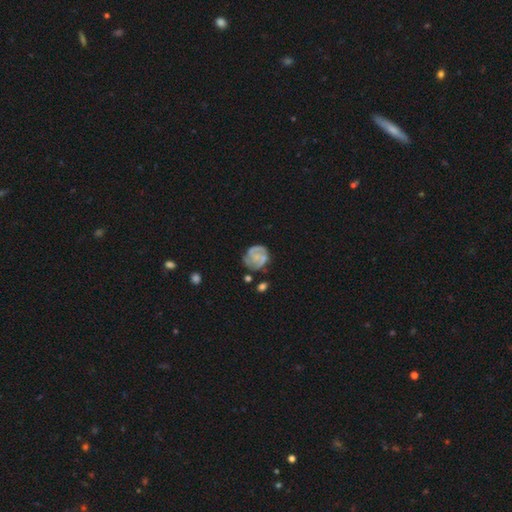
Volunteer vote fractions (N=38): Morphology: type=featured or disk (66%); edge-on=no (100%); bar=no (52%); spiral arms=yes (88%); winding=tight (50%); arm count=3 (59%); bulge=small (36%, tied with none); merging=none (62%).